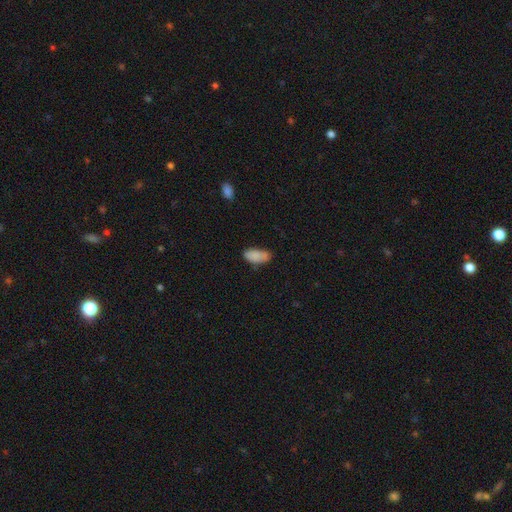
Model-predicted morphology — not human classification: Overall: smooth (85%). How rounded: in between (90%). Merging: none (63%; minor disturbance 28%).